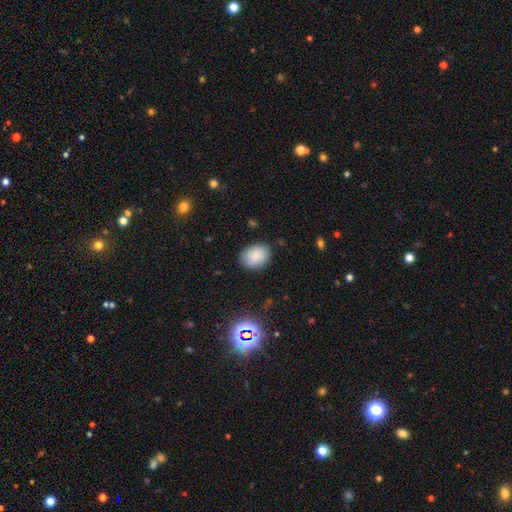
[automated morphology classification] A smooth galaxy with no disk features (83%) that is in between round and cigar-shaped (61%).

Vote fractions:
- Smooth or featured? smooth: 83% / star or artifact: 9% / featured or disk: 8%
- How rounded? in between: 61% / round: 38% / cigar-shaped: 1%
- Merging? none: 84% / minor disturbance: 12% / major disturbance: 3% / merger: 1%